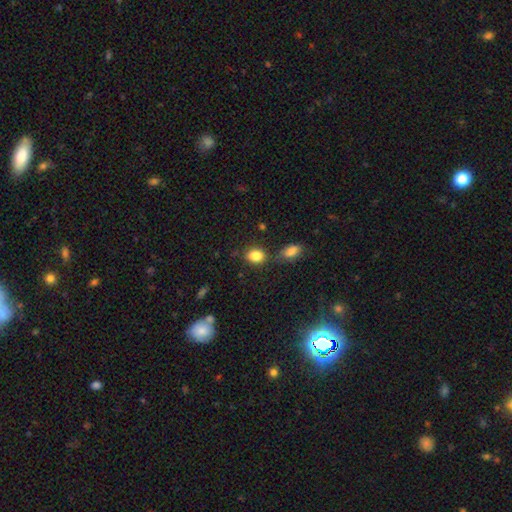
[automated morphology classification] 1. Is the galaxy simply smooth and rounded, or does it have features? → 84% smooth, 10% star or artifact, 6% featured or disk.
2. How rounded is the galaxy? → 61% in between, 38% round, 1% cigar-shaped.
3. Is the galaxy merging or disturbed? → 72% none, 14% minor disturbance, 11% merger, 4% major disturbance.